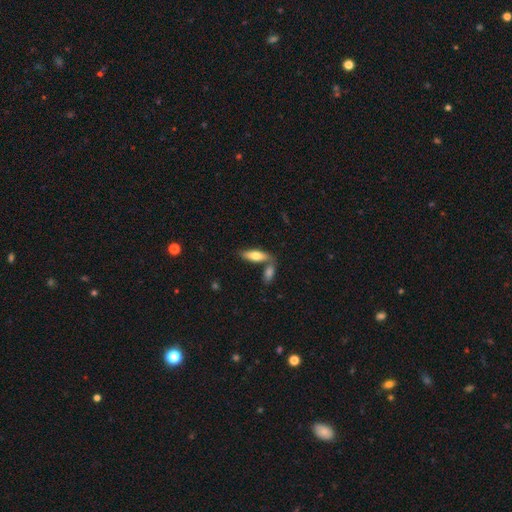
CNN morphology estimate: A smooth galaxy with no disk features (70%) that is in between round and cigar-shaped (61%).

Vote fractions:
- Smooth or featured? smooth: 70% / featured or disk: 24% / star or artifact: 6%
- How rounded? in between: 61% / cigar-shaped: 37% / round: 2%
- Merging? none: 56% / merger: 31% / minor disturbance: 11% / major disturbance: 3%